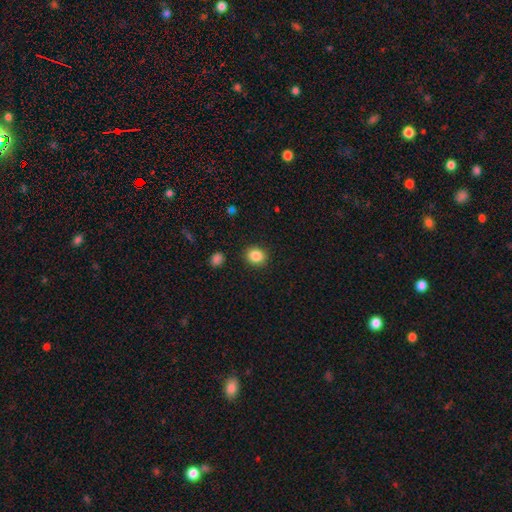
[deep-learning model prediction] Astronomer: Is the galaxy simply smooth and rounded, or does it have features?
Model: smooth — 86%.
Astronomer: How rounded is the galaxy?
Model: round — 68%.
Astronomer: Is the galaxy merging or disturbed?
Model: none — 88%.